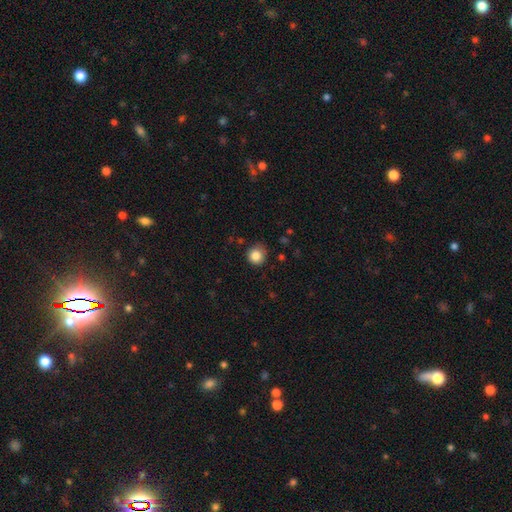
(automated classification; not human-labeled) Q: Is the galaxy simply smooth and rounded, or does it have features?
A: smooth — 85%.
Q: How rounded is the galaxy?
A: round — 91%.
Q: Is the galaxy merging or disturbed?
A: none — 78%.